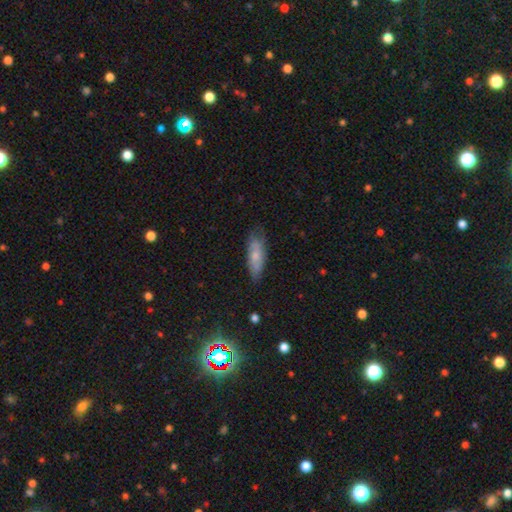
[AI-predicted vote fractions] Smooth or featured? smooth (62%)
How rounded? in between (62%)
Merging? none (69%)